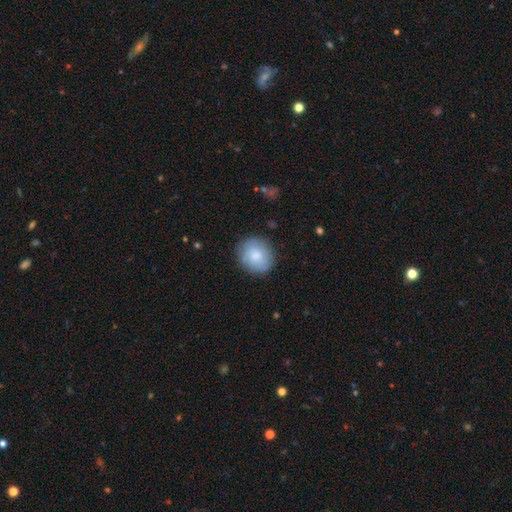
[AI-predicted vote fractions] Smooth or featured? smooth (75%)
How rounded? round (83%)
Merging? none (83%)